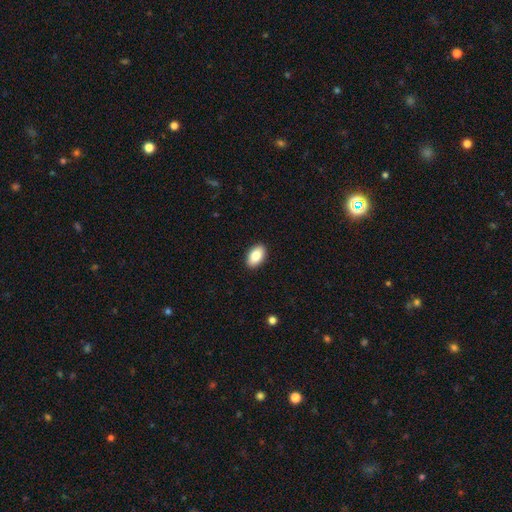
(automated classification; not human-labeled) A smooth galaxy with no disk features (85%) that is in between round and cigar-shaped (93%). Merging: none (91%).